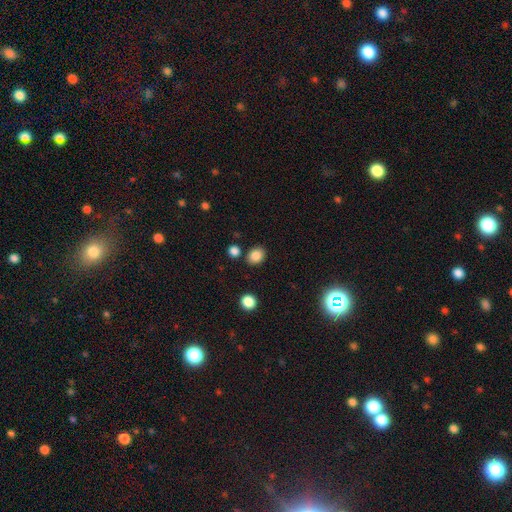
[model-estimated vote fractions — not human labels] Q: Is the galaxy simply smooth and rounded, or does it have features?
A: smooth — 85%.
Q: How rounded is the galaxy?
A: in between — 53%.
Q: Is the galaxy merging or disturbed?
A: none — 82%.